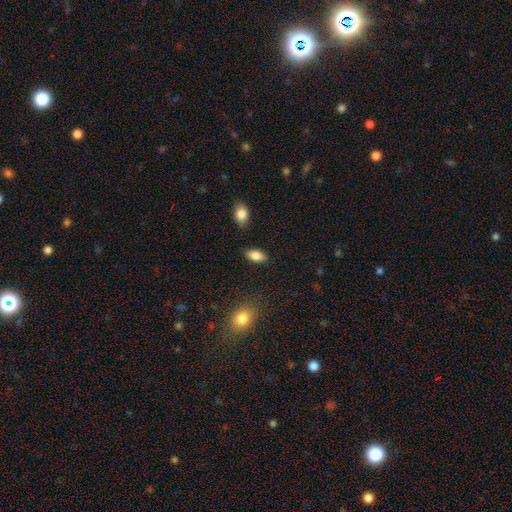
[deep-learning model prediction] smooth 83%, featured or disk 9%, star or artifact 8%. Down the decision tree: how rounded — in between (91%); merging — none (86%).